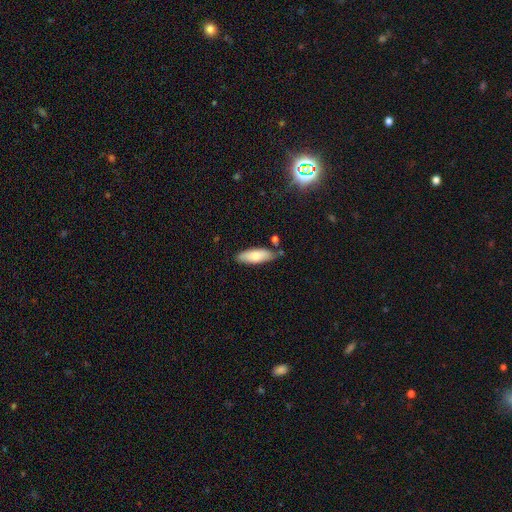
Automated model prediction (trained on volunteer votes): smooth_or_featured: smooth (p=0.72) [alt: featured or disk p=0.21]
how_rounded: in between (p=0.59) [alt: cigar-shaped p=0.39]
merging: none (p=0.75) [alt: minor disturbance p=0.17]